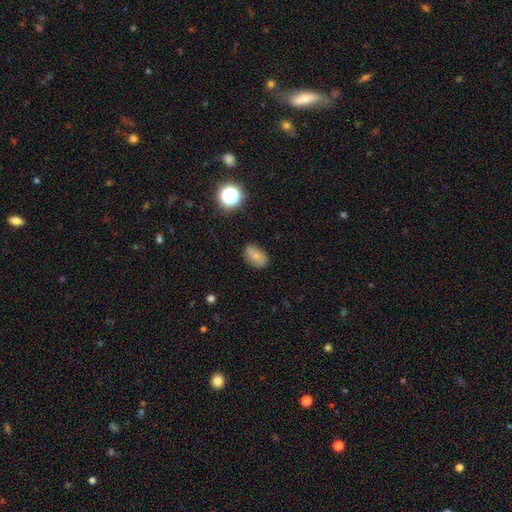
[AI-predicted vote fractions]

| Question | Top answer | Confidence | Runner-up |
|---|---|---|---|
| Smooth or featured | smooth | 68% | featured or disk (19%) |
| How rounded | in between | 83% | round (15%) |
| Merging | none | 71% | minor disturbance (21%) |